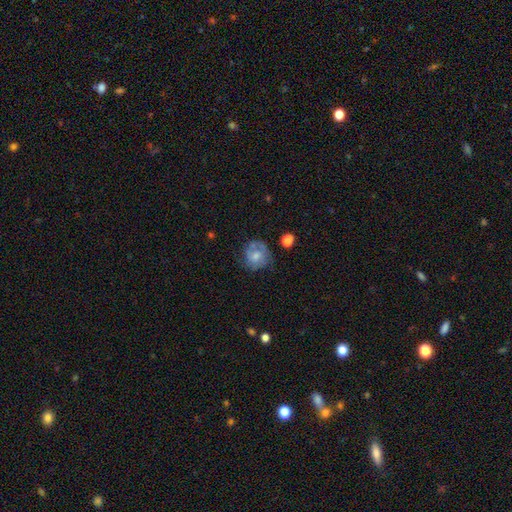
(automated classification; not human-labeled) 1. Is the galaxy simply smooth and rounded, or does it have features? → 47% featured or disk, 45% smooth, 8% star or artifact.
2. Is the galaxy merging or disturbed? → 59% none, 24% minor disturbance, 13% major disturbance, 4% merger.